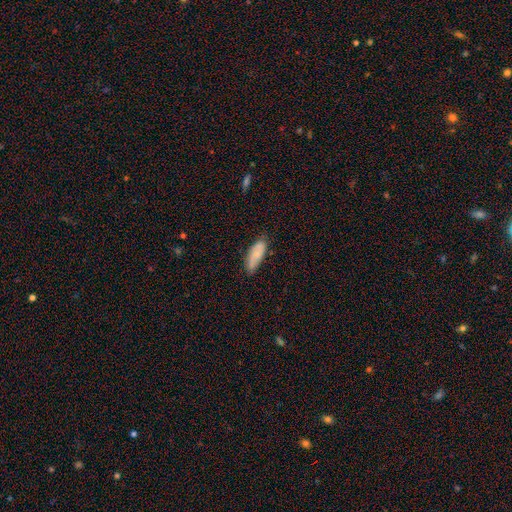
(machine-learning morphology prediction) Smooth or featured? Predicted: smooth (p=0.70). How rounded? Predicted: in between (p=0.75). Merging? Predicted: none (p=0.69).